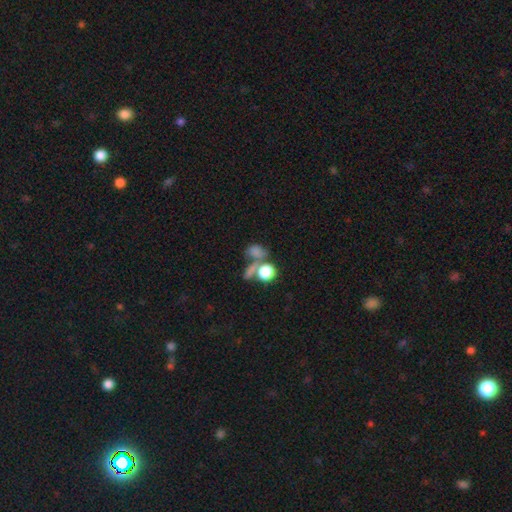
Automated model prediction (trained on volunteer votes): Smooth or featured? smooth (66%)
How rounded? round (53%)
Merging? merger (41%)